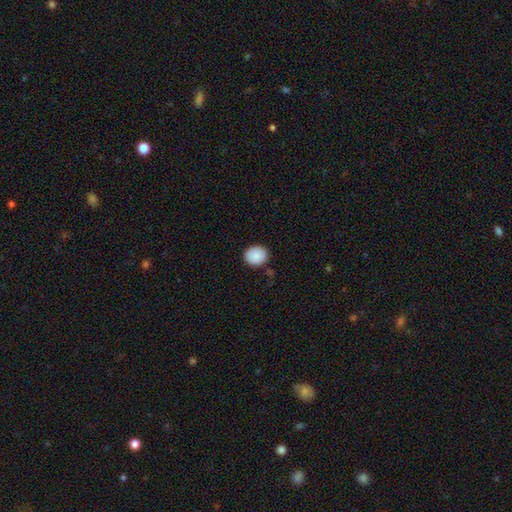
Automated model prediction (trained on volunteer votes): A smooth galaxy with no disk features (89%) that is round (77%).

Vote fractions:
- Smooth or featured? smooth: 89% / star or artifact: 7% / featured or disk: 3%
- How rounded? round: 77% / in between: 22% / cigar-shaped: 1%
- Merging? none: 86% / minor disturbance: 10% / major disturbance: 2% / merger: 2%